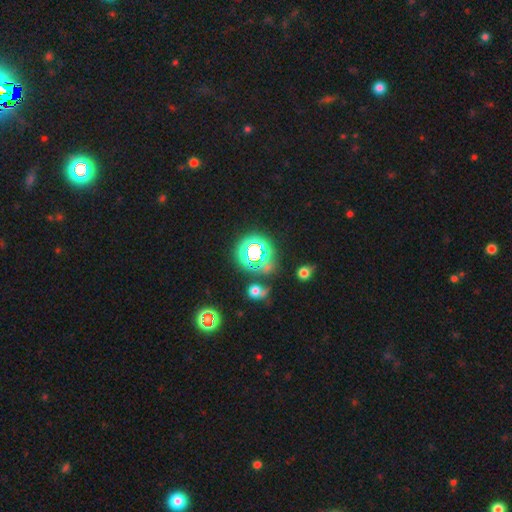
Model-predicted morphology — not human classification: This is likely a star or artifact rather than a galaxy (60%).